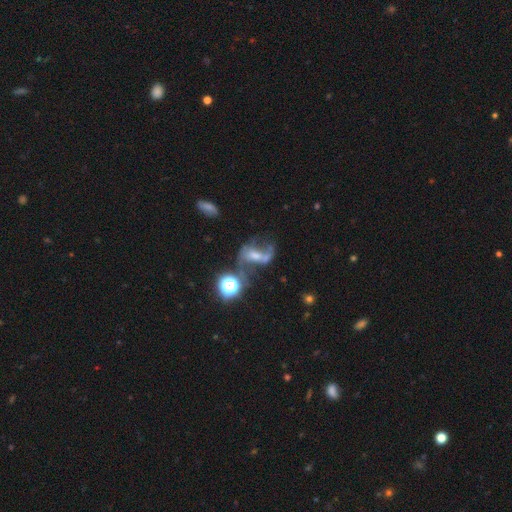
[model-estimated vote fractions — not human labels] smooth-or-featured: featured or disk: 61% | smooth: 20% | star or artifact: 19%
  disk-edge-on: no: 95% | yes: 5%
    bar: no: 40% | weak: 38% | strong: 22%
    has-spiral-arms: yes: 75% | no: 25%
    bulge-size: moderate: 38% | small: 32% | none: 17% | large: 11% | dominant: 2%
  merging: none: 32% | major disturbance: 30% | merger: 22% | minor disturbance: 16%